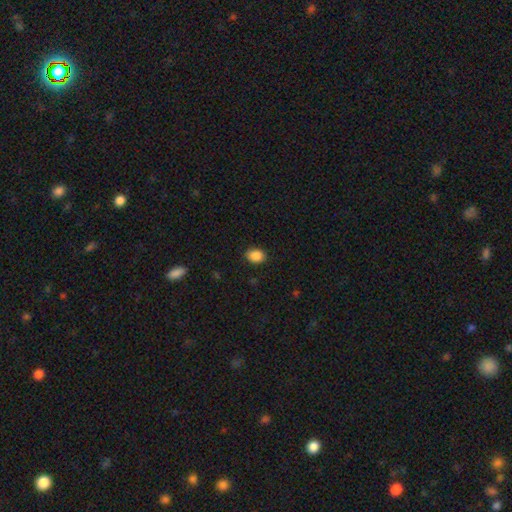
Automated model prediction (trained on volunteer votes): This is clearly a smooth galaxy (89%). How rounded: likely in between (66%). Merging: clearly none (87%).